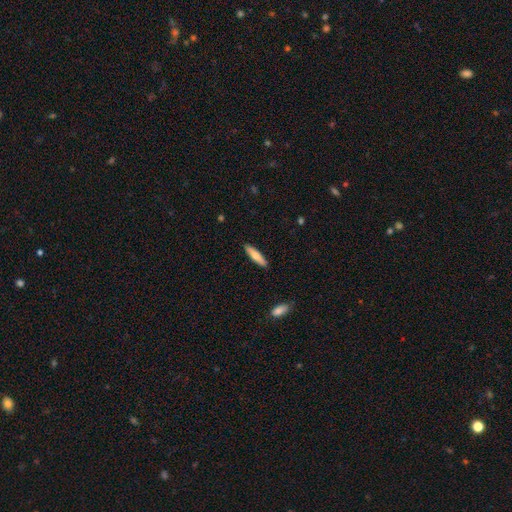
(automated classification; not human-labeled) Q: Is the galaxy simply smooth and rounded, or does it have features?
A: smooth — 68%.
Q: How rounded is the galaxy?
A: cigar-shaped — 80%.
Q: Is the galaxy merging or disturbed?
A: none — 89%.